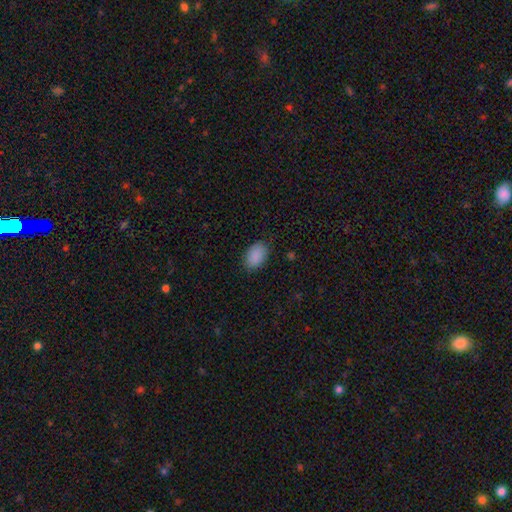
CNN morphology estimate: Smooth or featured? smooth (89%)
How rounded? in between (88%)
Merging? none (84%)